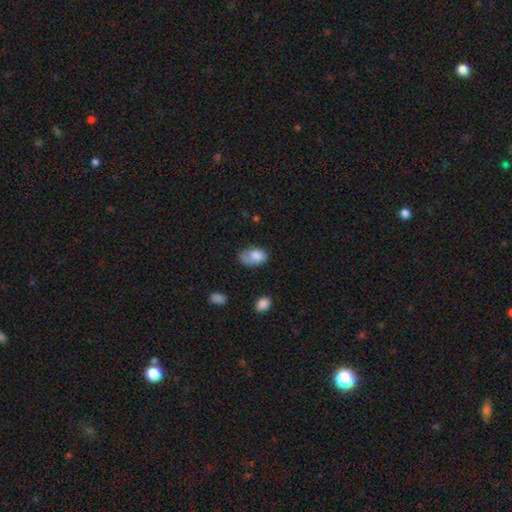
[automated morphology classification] Smooth or featured? Predicted: smooth (p=0.78). How rounded? Predicted: in between (p=0.88). Merging? Predicted: none (p=0.42).